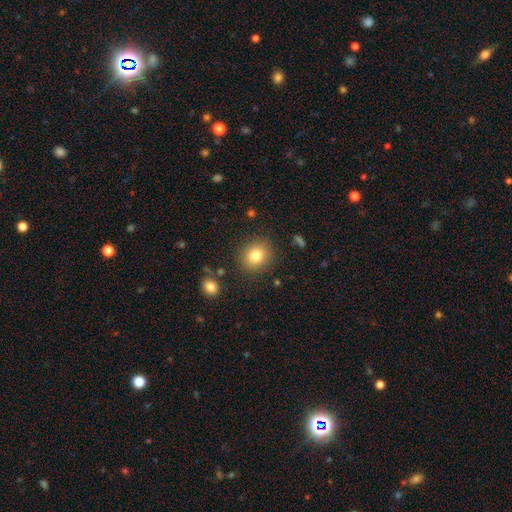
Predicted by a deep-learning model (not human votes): smooth_or_featured: smooth (p=0.81) [alt: star or artifact p=0.11]
how_rounded: round (p=0.71) [alt: in between p=0.28]
merging: none (p=0.86) [alt: minor disturbance p=0.09]